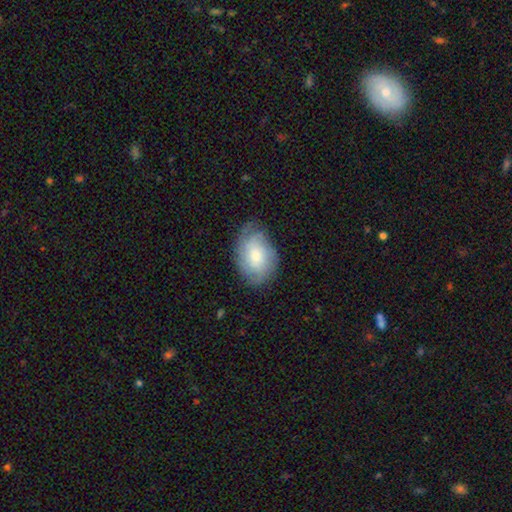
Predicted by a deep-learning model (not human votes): smooth 48%, featured or disk 45%, star or artifact 7%. Down the decision tree: merging — none (69%).